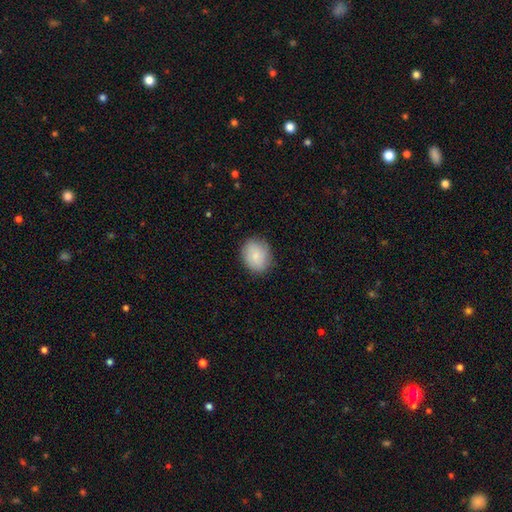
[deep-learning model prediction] smooth 82%, featured or disk 11%, star or artifact 7%. Down the decision tree: how rounded — round (56%); merging — none (84%).